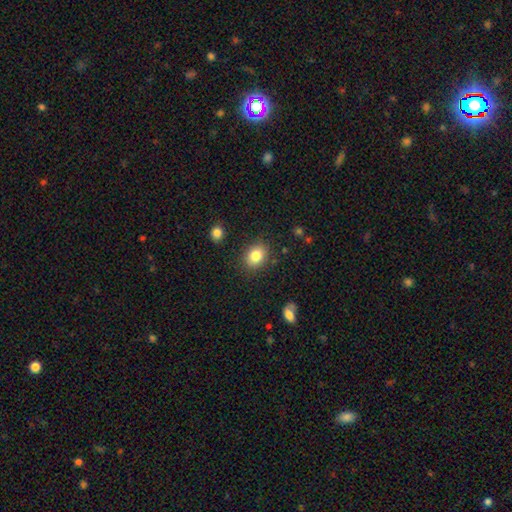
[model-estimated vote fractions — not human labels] A smooth galaxy with no disk features (82%) that is in between round and cigar-shaped (59%).

Vote fractions:
- Smooth or featured? smooth: 82% / star or artifact: 9% / featured or disk: 8%
- How rounded? in between: 59% / round: 40% / cigar-shaped: 1%
- Merging? none: 85% / minor disturbance: 10% / major disturbance: 3% / merger: 2%